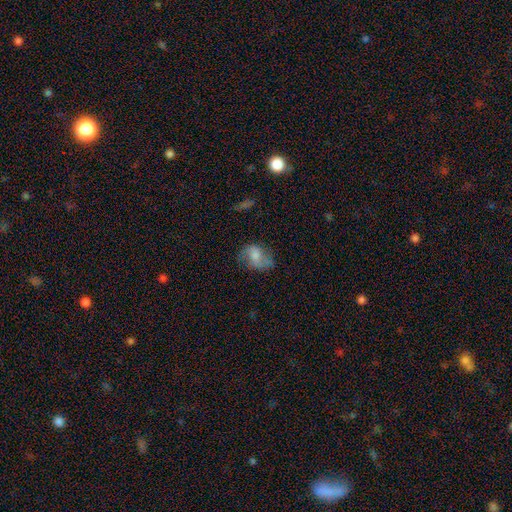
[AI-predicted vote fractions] Smooth or featured? smooth (57%)
How rounded? in between (73%)
Merging? none (53%)